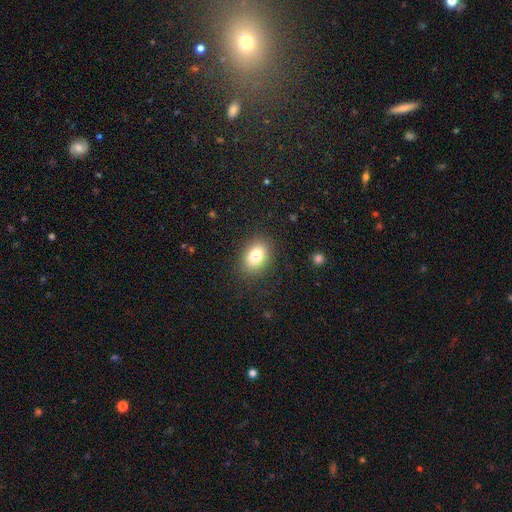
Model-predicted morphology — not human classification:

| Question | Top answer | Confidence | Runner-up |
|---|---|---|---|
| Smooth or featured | smooth | 80% | featured or disk (11%) |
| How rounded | in between | 74% | round (25%) |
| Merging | none | 86% | minor disturbance (10%) |